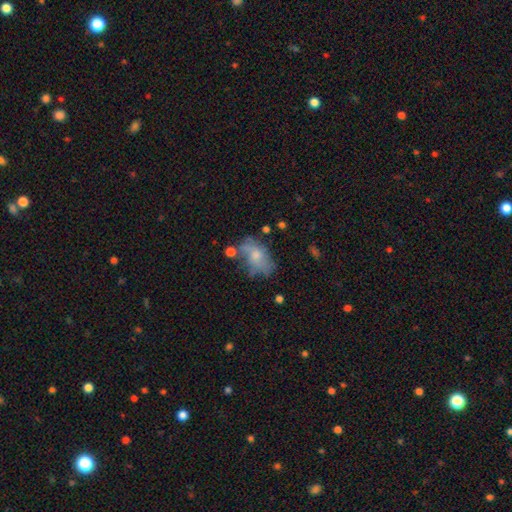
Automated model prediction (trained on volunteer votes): Smooth or featured: smooth — 49% (featured or disk — 41%)
Merging: none — 41% (minor disturbance — 28%)